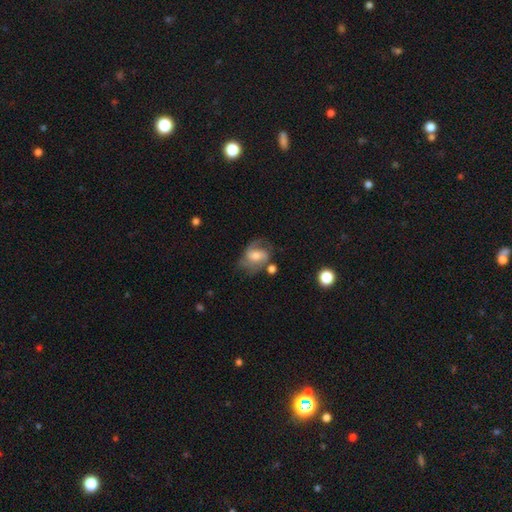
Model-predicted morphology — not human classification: A featured or disk galaxy (75%) with no bar (47%), 2 (51%) medium (52%) spiral arms (93%) and a moderate central bulge (54%). Merging: none (56%).